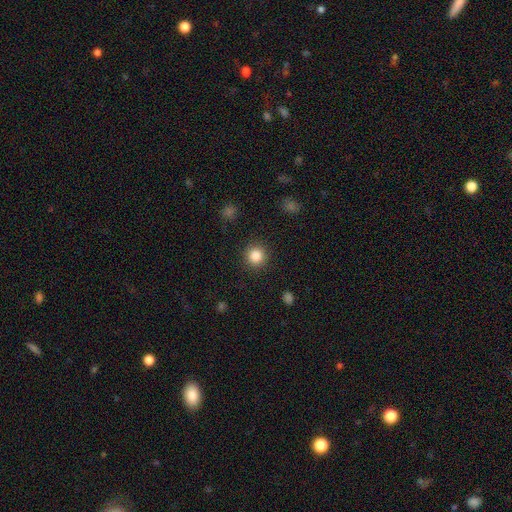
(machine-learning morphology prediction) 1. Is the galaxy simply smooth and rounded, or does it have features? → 85% smooth, 10% star or artifact, 5% featured or disk.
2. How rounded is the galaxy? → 94% round, 5% in between, 1% cigar-shaped.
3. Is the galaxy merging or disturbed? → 91% none, 6% minor disturbance, 2% major disturbance, 1% merger.